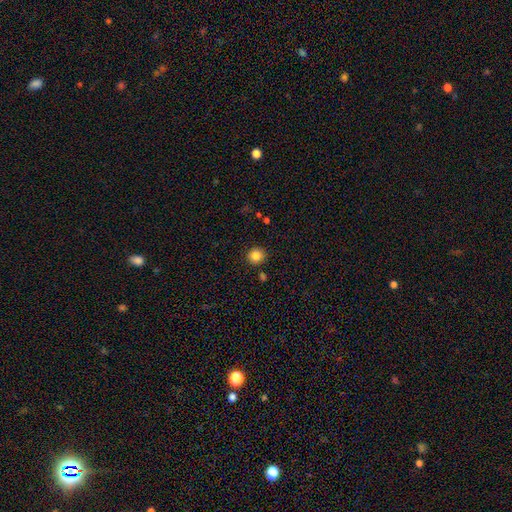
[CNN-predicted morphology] smooth 85%, star or artifact 10%, featured or disk 4%. Down the decision tree: how rounded — round (90%); merging — none (87%).